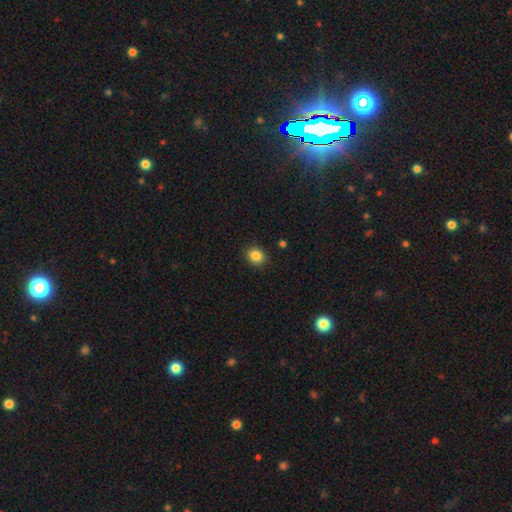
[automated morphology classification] type=smooth (85%); roundness=round (63%); merging=none (88%).